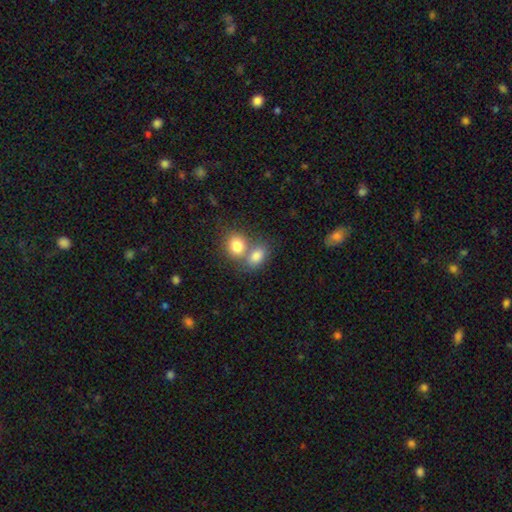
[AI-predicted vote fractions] The model was most divided on "merging": merger: 53%, none: 35%, minor disturbance: 8%, major disturbance: 4%. More confident: smooth or featured — smooth (80%); how rounded — in between (63%).